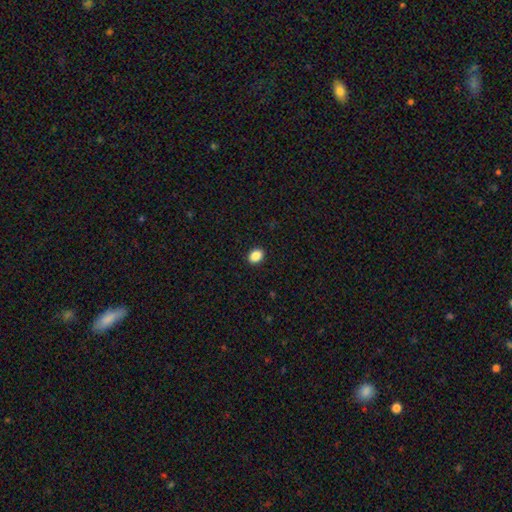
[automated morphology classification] Q: Smooth or featured?
A: smooth (88%); runner-up: star or artifact (9%)
Q: How rounded?
A: in between (64%); runner-up: round (35%)
Q: Merging?
A: none (92%); runner-up: minor disturbance (6%)